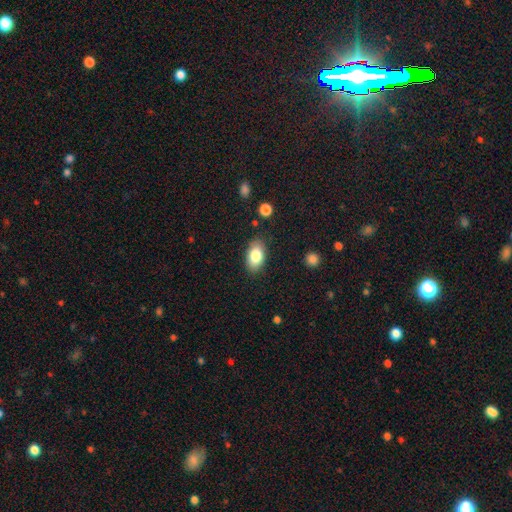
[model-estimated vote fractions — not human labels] Q: Smooth or featured?
A: smooth (82%); runner-up: featured or disk (11%)
Q: How rounded?
A: in between (91%); runner-up: round (6%)
Q: Merging?
A: none (83%); runner-up: minor disturbance (12%)